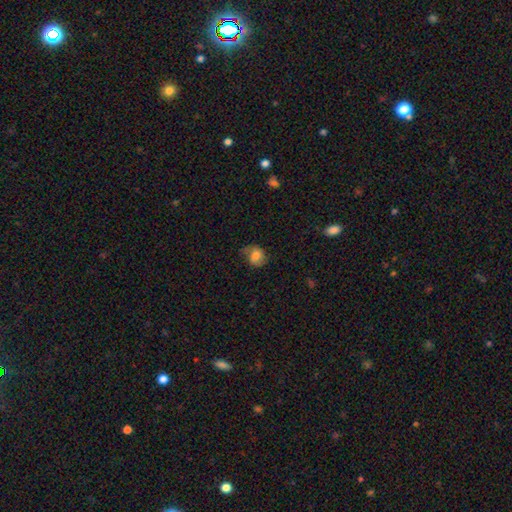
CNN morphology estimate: A smooth galaxy with no disk features (67%) that is round (60%). Merging: none (54%).